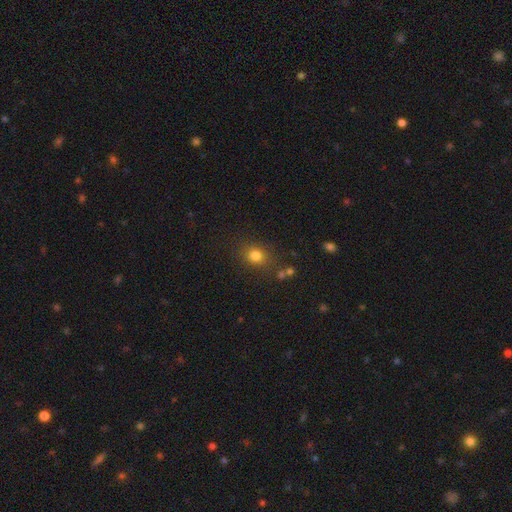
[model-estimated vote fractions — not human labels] The model was most divided on "how rounded": round: 68%, in between: 31%, cigar-shaped: 1%. More confident: merging — none (79%); smooth or featured — smooth (79%).